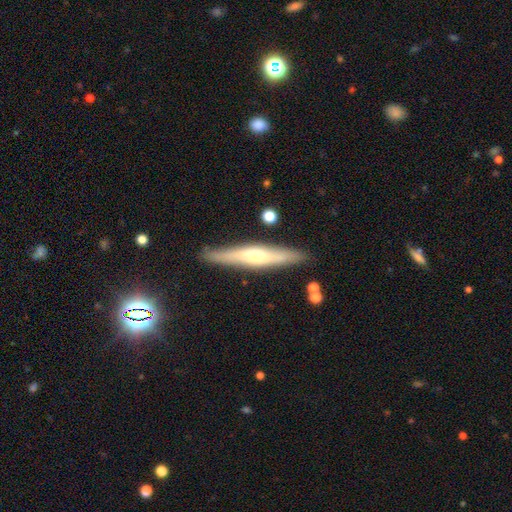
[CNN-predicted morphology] featured or disk 60%, smooth 33%, star or artifact 6%. Down the decision tree: edge-on disk — yes (90%); edge-on bulge — rounded (72%); merging — none (86%).